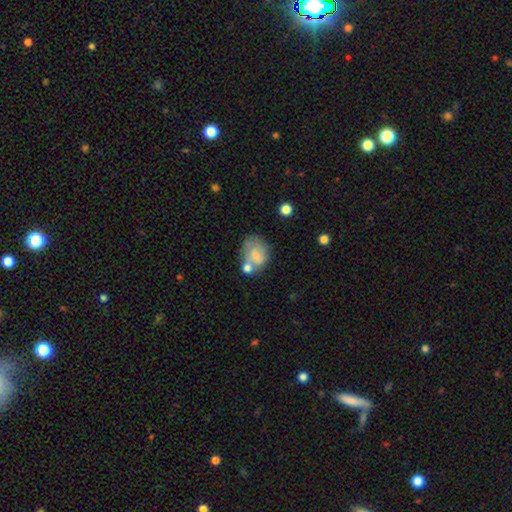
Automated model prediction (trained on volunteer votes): Smooth or featured? Predicted: smooth (p=0.61). How rounded? Predicted: in between (p=0.59). Merging? Predicted: none (p=0.35).